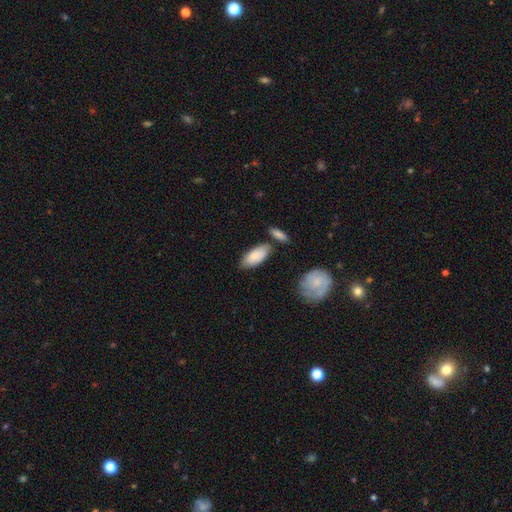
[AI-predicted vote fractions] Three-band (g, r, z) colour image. It shows a smooth galaxy with no disk features (81%) that is in between round and cigar-shaped (87%). Merging: none (67%).